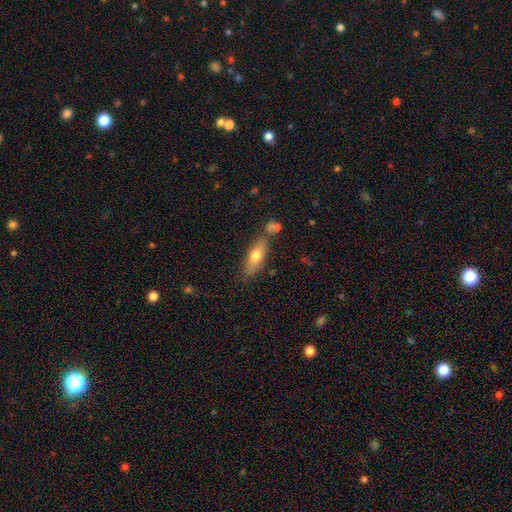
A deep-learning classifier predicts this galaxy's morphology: Smooth or featured? smooth (66%)
How rounded? in between (60%)
Merging? none (69%)